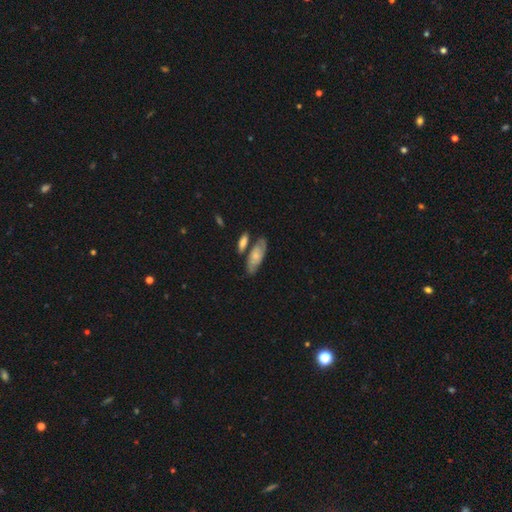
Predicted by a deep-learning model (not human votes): Smooth or featured? Predicted: smooth (p=0.49). Merging? Predicted: none (p=0.60).